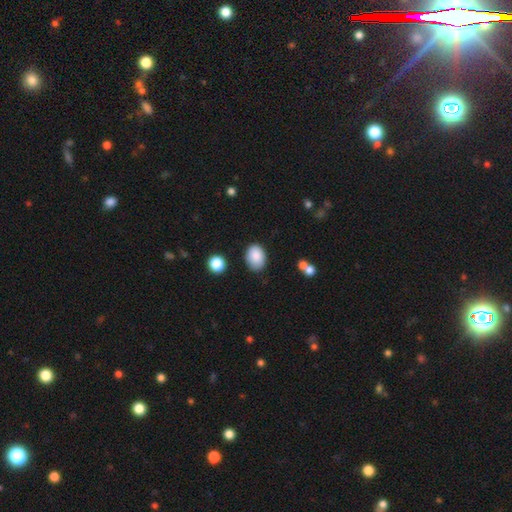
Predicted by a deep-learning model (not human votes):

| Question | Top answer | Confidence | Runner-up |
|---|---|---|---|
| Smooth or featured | smooth | 87% | star or artifact (8%) |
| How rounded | in between | 79% | round (20%) |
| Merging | none | 76% | minor disturbance (17%) |